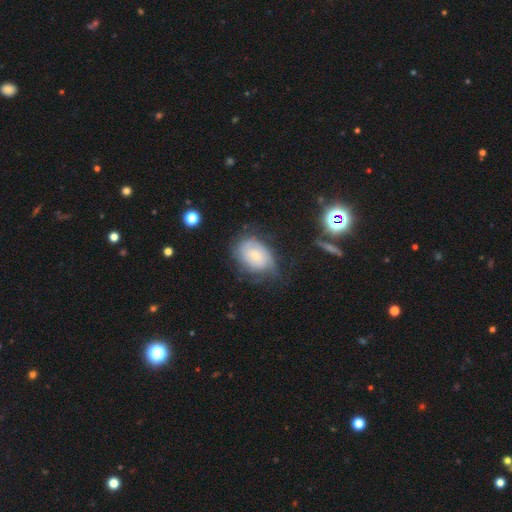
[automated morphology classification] featured or disk 54%, smooth 38%, star or artifact 8%. Down the decision tree: edge-on disk — no (96%); bar — no (73%); spiral arms — yes (77%); bulge size — small (59%); merging — none (51%).